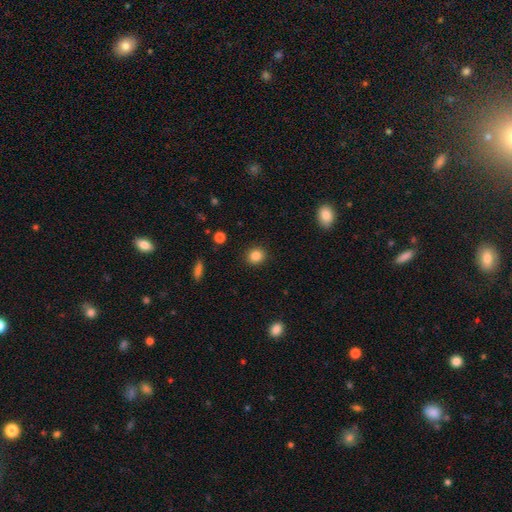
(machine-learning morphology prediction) This is clearly a smooth galaxy (85%). How rounded: clearly round (83%). Merging: clearly none (91%).